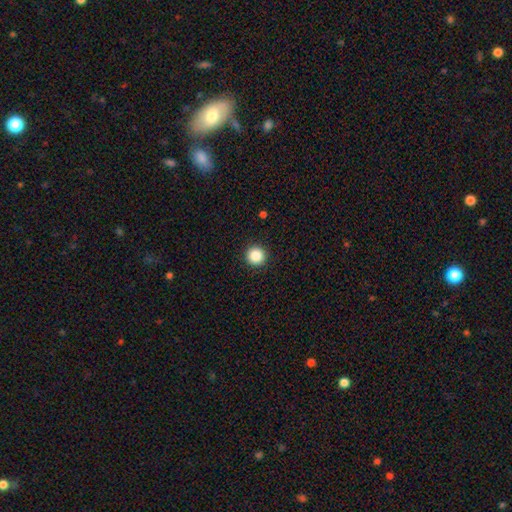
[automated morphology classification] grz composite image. It shows a smooth galaxy with no disk features (87%) that is round (96%). Merging: none (93%).